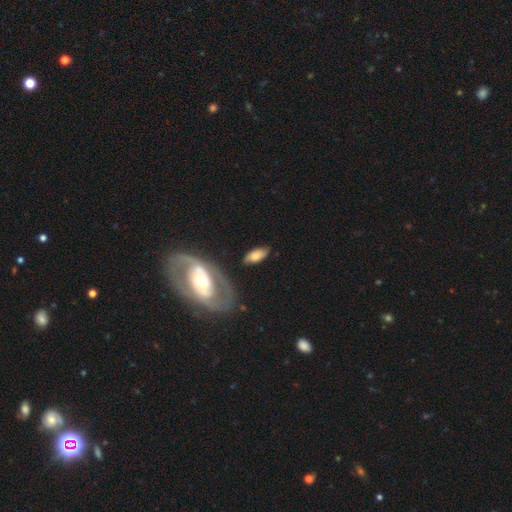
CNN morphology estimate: Smooth or featured? Predicted: smooth (p=0.65). How rounded? Predicted: in between (p=0.85). Merging? Predicted: none (p=0.74).